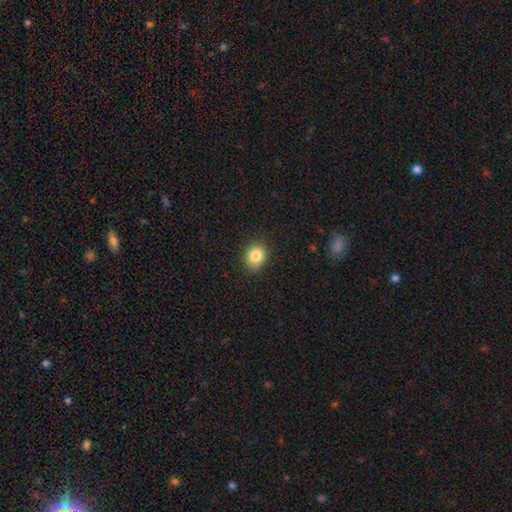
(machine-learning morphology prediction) smooth-or-featured: smooth: 84% | star or artifact: 10% | featured or disk: 6%
  how-rounded: round: 66% | in between: 33% | cigar-shaped: 1%
  merging: none: 86% | minor disturbance: 11% | major disturbance: 2% | merger: 1%